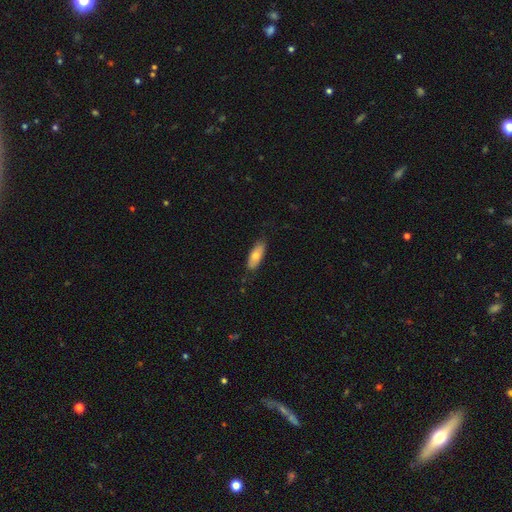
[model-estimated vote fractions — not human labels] smooth_or_featured: smooth (p=0.74) [alt: featured or disk p=0.20]
how_rounded: in between (p=0.70) [alt: cigar-shaped p=0.28]
merging: none (p=0.79) [alt: minor disturbance p=0.17]